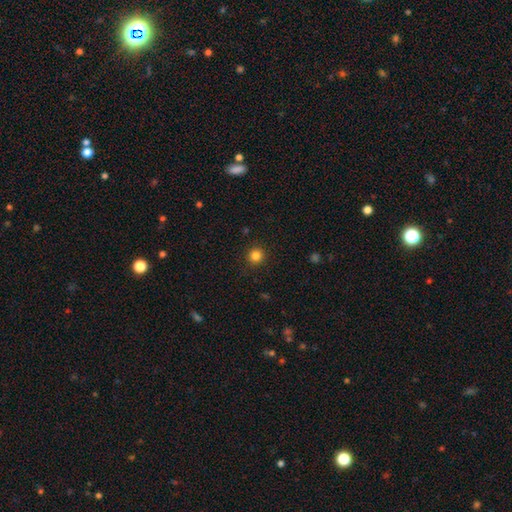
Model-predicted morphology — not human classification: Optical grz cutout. It shows a smooth galaxy with no disk features (83%) that is round (95%). Merging: none (91%).